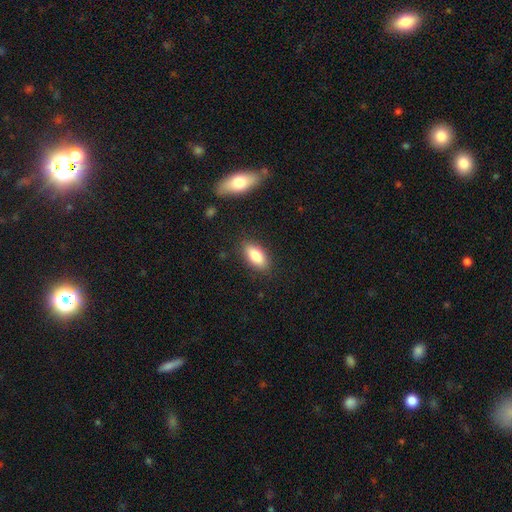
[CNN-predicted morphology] Smooth or featured? smooth (83%)
How rounded? in between (86%)
Merging? none (86%)